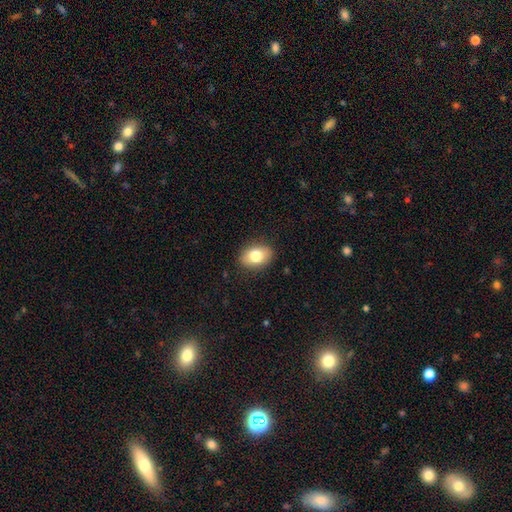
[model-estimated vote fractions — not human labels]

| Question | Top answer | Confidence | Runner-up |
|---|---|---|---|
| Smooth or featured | smooth | 79% | featured or disk (13%) |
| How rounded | in between | 81% | round (18%) |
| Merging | none | 87% | minor disturbance (10%) |